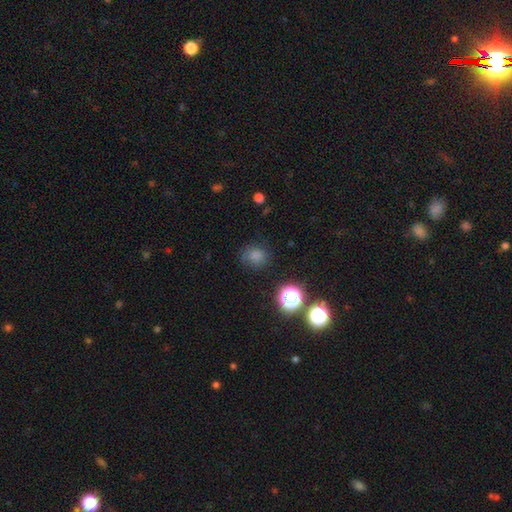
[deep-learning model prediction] Smooth or featured? Predicted: smooth (p=0.77). How rounded? Predicted: round (p=0.73). Merging? Predicted: none (p=0.77).